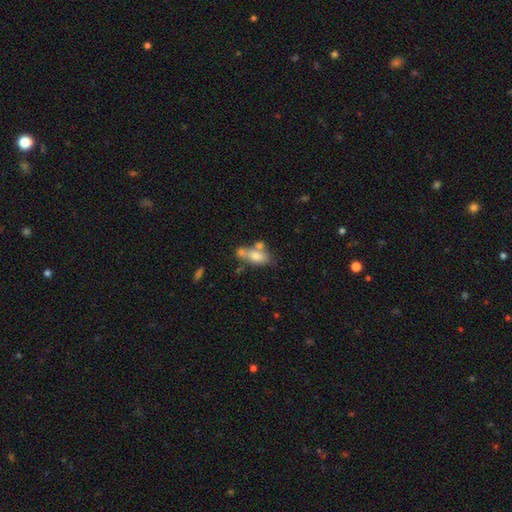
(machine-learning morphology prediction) smooth_or_featured: smooth (p=0.69) [alt: featured or disk p=0.22]
how_rounded: in between (p=0.83) [alt: cigar-shaped p=0.10]
merging: none (p=0.44) [alt: merger p=0.34]